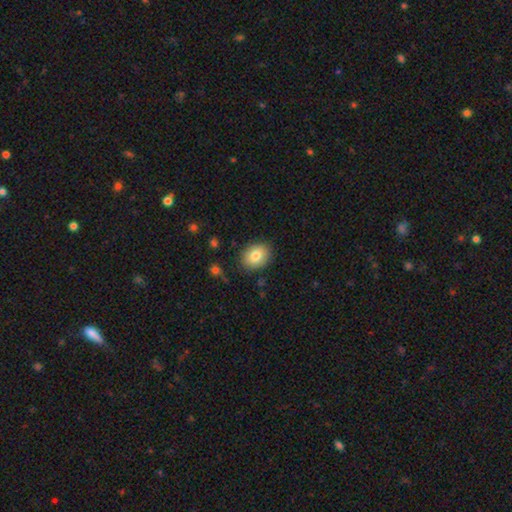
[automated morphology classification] smooth-or-featured: smooth: 82% | featured or disk: 10% | star or artifact: 8%
  how-rounded: in between: 59% | round: 40% | cigar-shaped: 1%
  merging: none: 87% | minor disturbance: 10% | major disturbance: 2% | merger: 1%